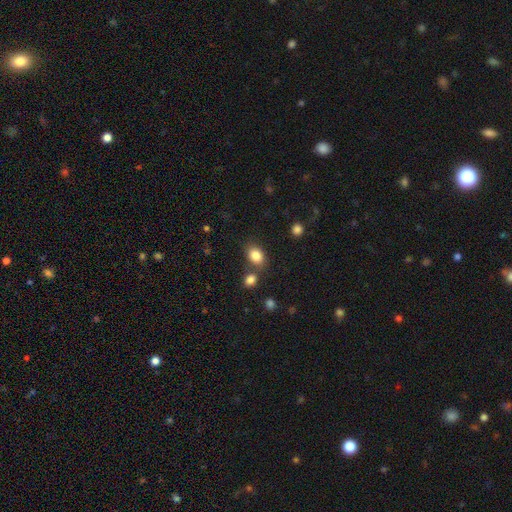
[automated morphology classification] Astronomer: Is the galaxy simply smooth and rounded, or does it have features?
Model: smooth — 85%.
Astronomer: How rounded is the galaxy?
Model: in between — 72%.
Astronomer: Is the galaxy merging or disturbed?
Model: none — 68%.